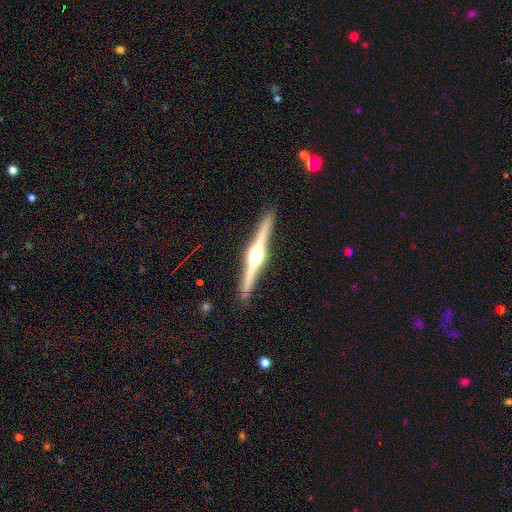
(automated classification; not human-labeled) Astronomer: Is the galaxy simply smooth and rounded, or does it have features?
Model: featured or disk — 85%.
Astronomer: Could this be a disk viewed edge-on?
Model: yes — 99%.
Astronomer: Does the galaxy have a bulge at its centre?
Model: rounded — 94%.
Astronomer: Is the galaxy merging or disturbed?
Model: none — 92%.